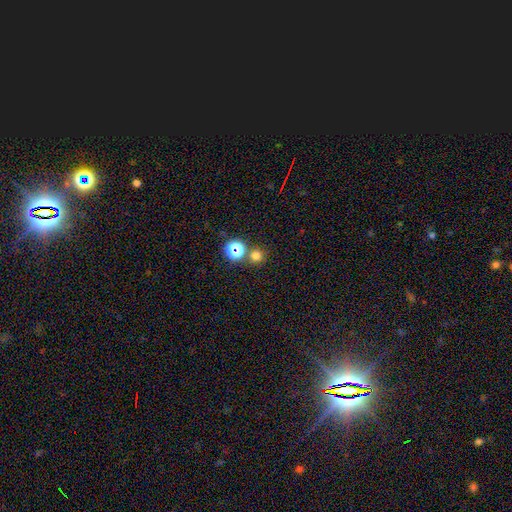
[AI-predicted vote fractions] The model was most divided on "smooth or featured": smooth: 71%, star or artifact: 23%, featured or disk: 6%. More confident: how rounded — round (93%); merging — none (75%).